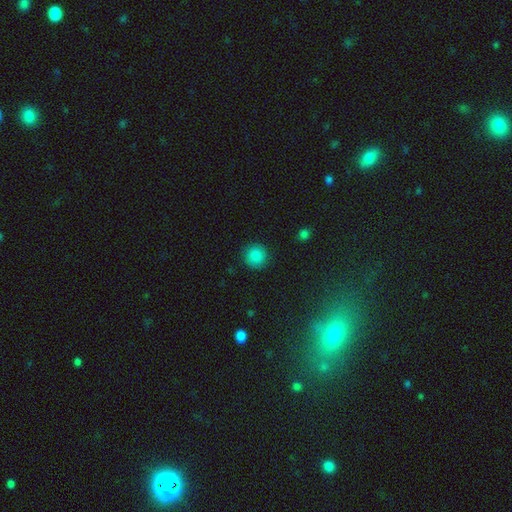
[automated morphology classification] smooth_or_featured: smooth (p=0.86) [alt: star or artifact p=0.10]
how_rounded: round (p=0.94) [alt: in between p=0.05]
merging: none (p=0.90) [alt: minor disturbance p=0.06]